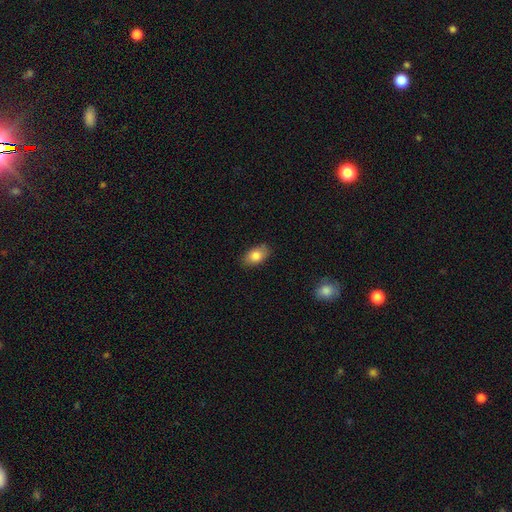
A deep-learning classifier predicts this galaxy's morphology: type=smooth (82%); roundness=in between (90%); merging=none (85%).